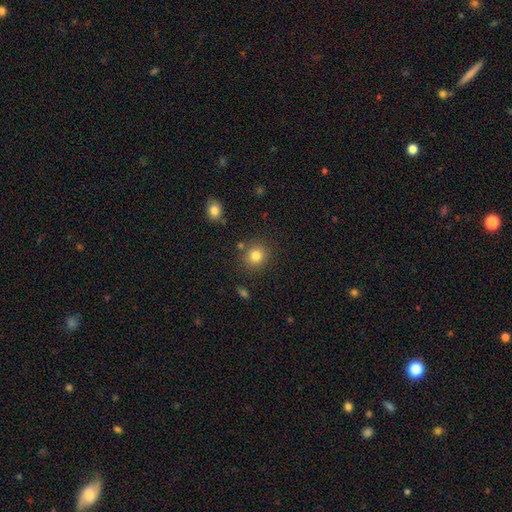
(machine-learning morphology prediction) Q: Smooth or featured?
A: smooth (81%); runner-up: star or artifact (12%)
Q: How rounded?
A: round (87%); runner-up: in between (12%)
Q: Merging?
A: none (83%); runner-up: minor disturbance (9%)